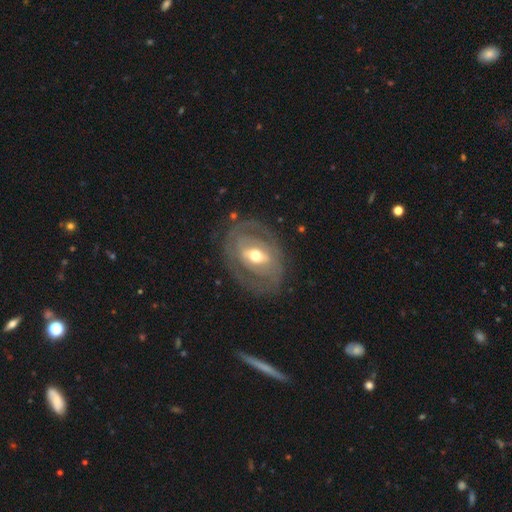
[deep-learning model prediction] Smooth or featured? Predicted: featured or disk (p=0.75). Edge-on disk? Predicted: no (p=0.94). Bar? Predicted: strong (p=0.42). Spiral arms? Predicted: yes (p=0.57). Bulge size? Predicted: moderate (p=0.69). Merging? Predicted: none (p=0.74).